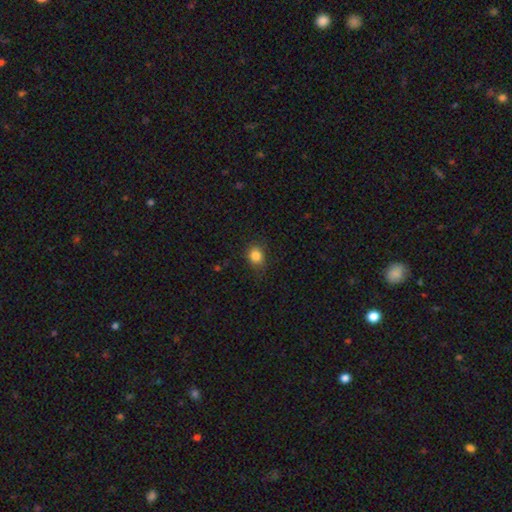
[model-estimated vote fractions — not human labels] smooth 84%, star or artifact 11%, featured or disk 5%. Down the decision tree: how rounded — round (65%); merging — none (82%).